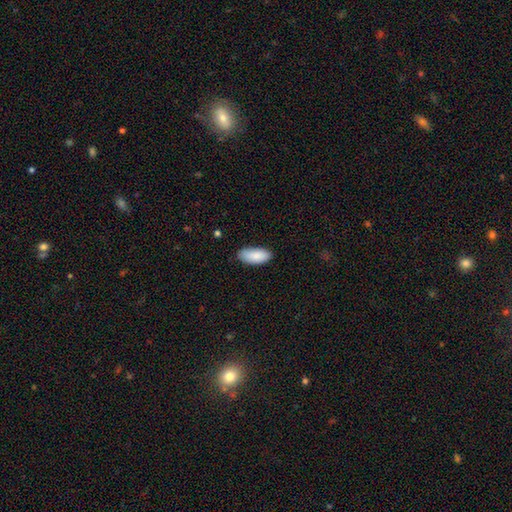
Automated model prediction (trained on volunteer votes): Smooth or featured? smooth (88%)
How rounded? in between (90%)
Merging? none (82%)